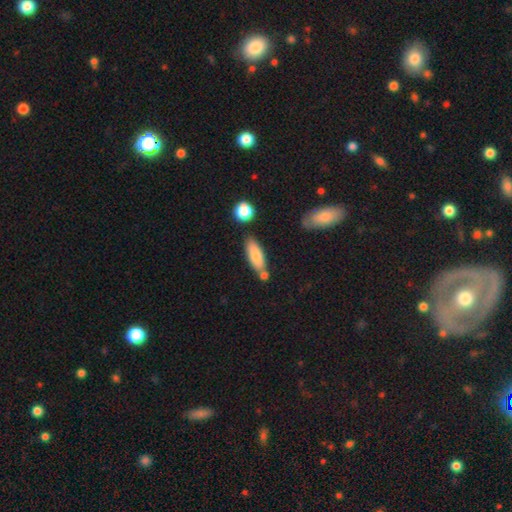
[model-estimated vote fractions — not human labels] Smooth or featured?
  - smooth: 79% *
  - featured or disk: 14%
  - star or artifact: 7%
How rounded?
  - in between: 63% *
  - cigar-shaped: 34%
  - round: 2%
Merging?
  - none: 66% *
  - merger: 16%
  - minor disturbance: 15%
  - major disturbance: 4%